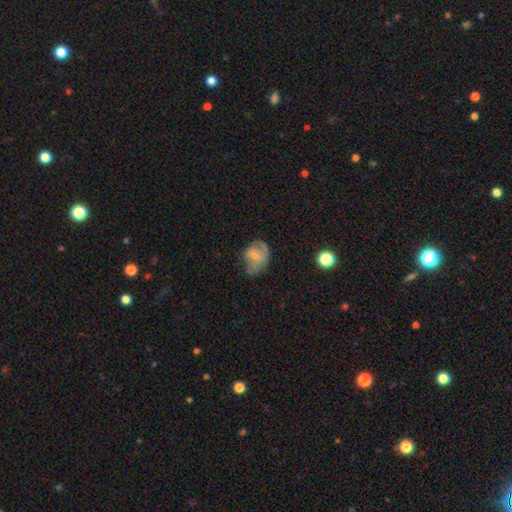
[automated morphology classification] Smooth or featured: smooth — 47% (featured or disk — 44%)
Merging: none — 41% (minor disturbance — 32%)